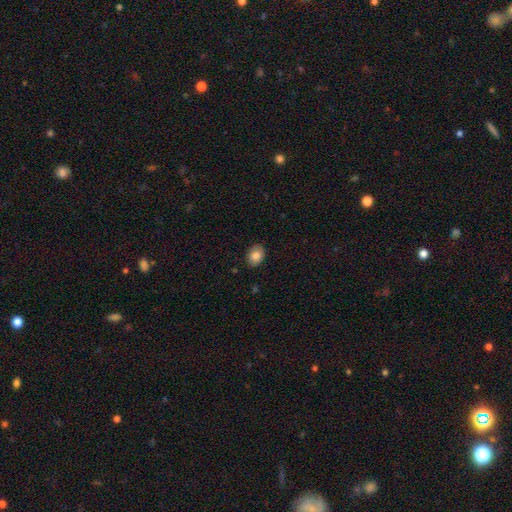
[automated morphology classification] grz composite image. It shows a smooth galaxy with no disk features (85%) that is in between round and cigar-shaped (76%). Merging: none (87%).